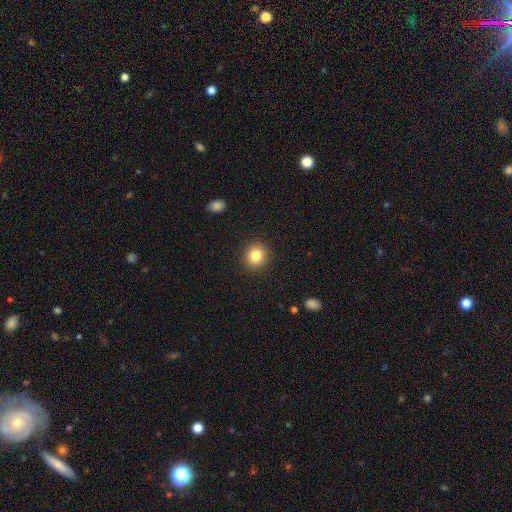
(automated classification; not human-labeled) Smooth or featured? smooth (83%)
How rounded? round (87%)
Merging? none (91%)